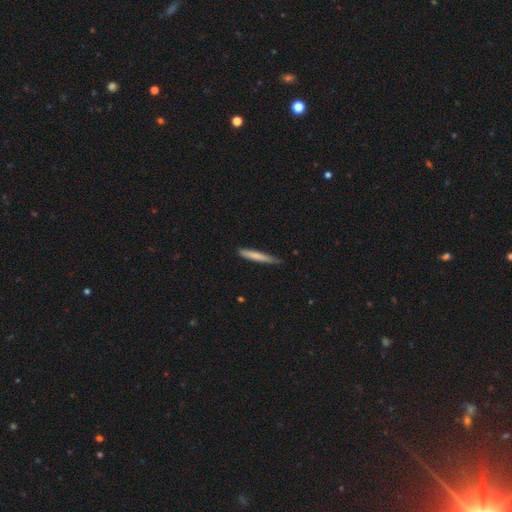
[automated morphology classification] Smooth or featured: smooth — 74% (featured or disk — 20%)
How rounded: cigar-shaped — 95% (in between — 4%)
Merging: none — 76% (minor disturbance — 20%)